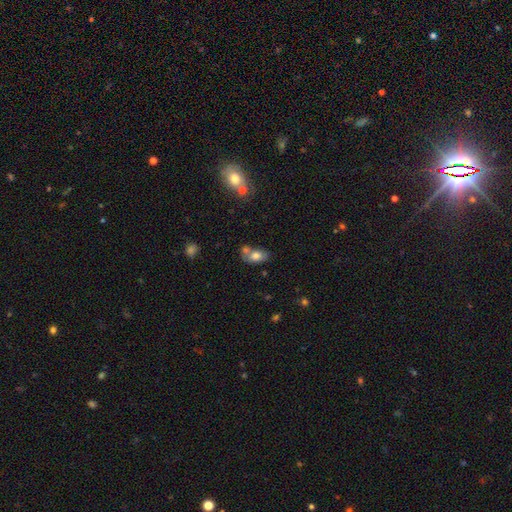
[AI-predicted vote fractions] The model was most divided on "merging": none: 43%, merger: 37%, minor disturbance: 14%, major disturbance: 5%. More confident: how rounded — in between (85%); smooth or featured — smooth (75%).